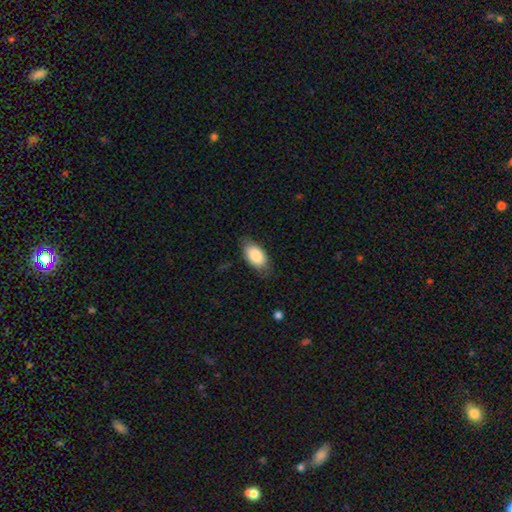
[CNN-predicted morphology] A smooth galaxy with no disk features (87%) that is in between round and cigar-shaped (94%). Merging: none (76%).